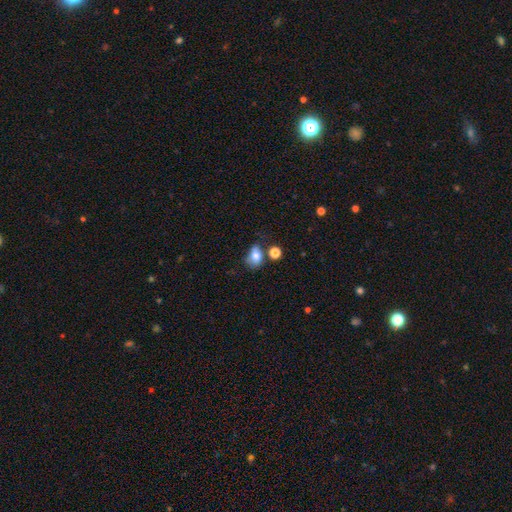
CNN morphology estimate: This appears to be a smooth galaxy with no disk features (77%) that is in between round and cigar-shaped (69%). Merging: none (39%).